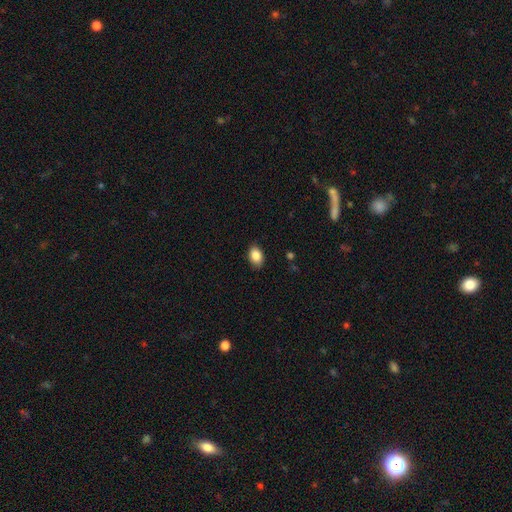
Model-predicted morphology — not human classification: This appears to be a smooth galaxy with no disk features (87%) that is in between round and cigar-shaped (86%). Merging: none (87%).